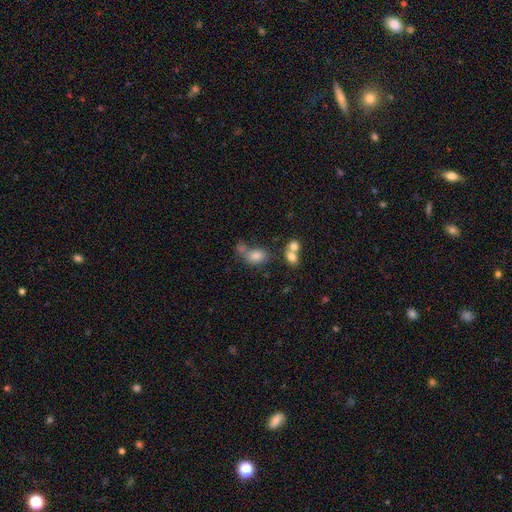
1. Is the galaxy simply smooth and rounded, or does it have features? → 68% smooth, 20% featured or disk, 12% star or artifact.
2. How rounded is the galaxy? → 78% in between, 22% round, 0% cigar-shaped.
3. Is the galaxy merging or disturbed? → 49% none, 29% merger, 17% minor disturbance, 6% major disturbance.